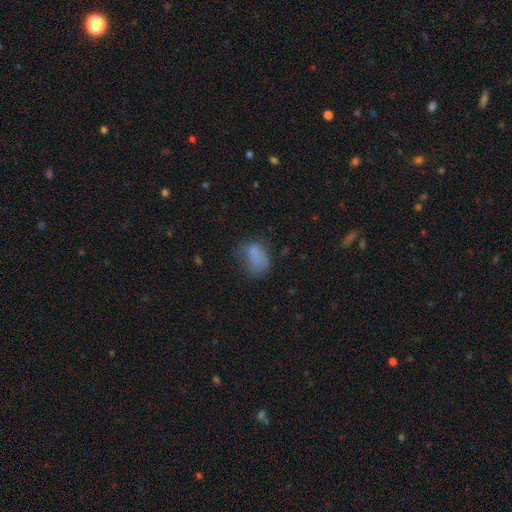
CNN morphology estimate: Smooth or featured?
  - smooth: 74% *
  - featured or disk: 14%
  - star or artifact: 12%
How rounded?
  - in between: 81% *
  - round: 17%
  - cigar-shaped: 2%
Merging?
  - none: 40% *
  - minor disturbance: 30%
  - major disturbance: 27%
  - merger: 3%